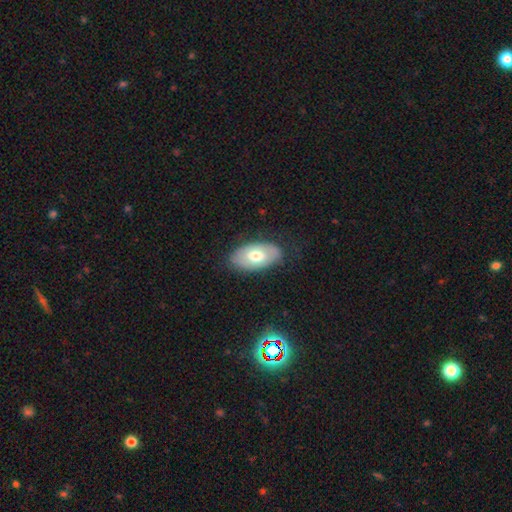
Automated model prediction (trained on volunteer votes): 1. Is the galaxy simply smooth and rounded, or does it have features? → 61% smooth, 34% featured or disk, 6% star or artifact.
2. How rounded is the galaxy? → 94% in between, 4% round, 2% cigar-shaped.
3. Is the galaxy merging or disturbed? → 79% none, 16% minor disturbance, 4% major disturbance, 1% merger.